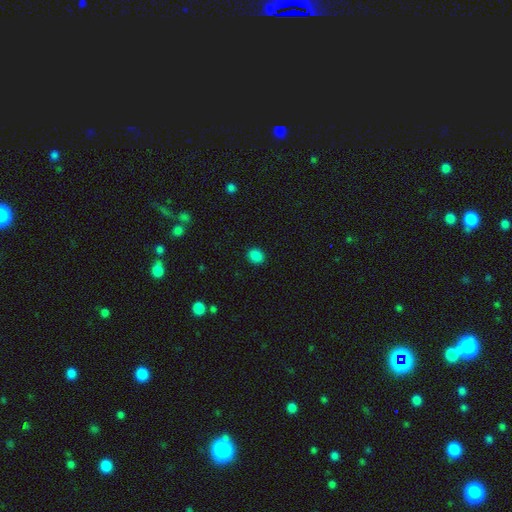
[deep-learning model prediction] This appears to be a smooth galaxy with no disk features (86%) that is round (58%). Merging: none (90%).